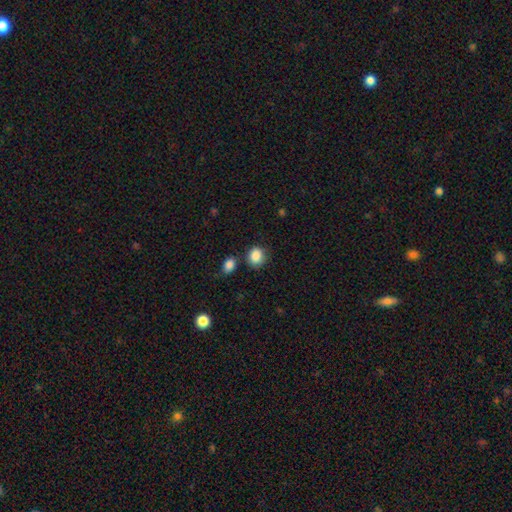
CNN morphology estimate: A smooth galaxy with no disk features (88%) that is round (69%).

Vote fractions:
- Smooth or featured? smooth: 88% / star or artifact: 8% / featured or disk: 4%
- How rounded? round: 69% / in between: 30% / cigar-shaped: 1%
- Merging? none: 74% / minor disturbance: 14% / merger: 8% / major disturbance: 4%